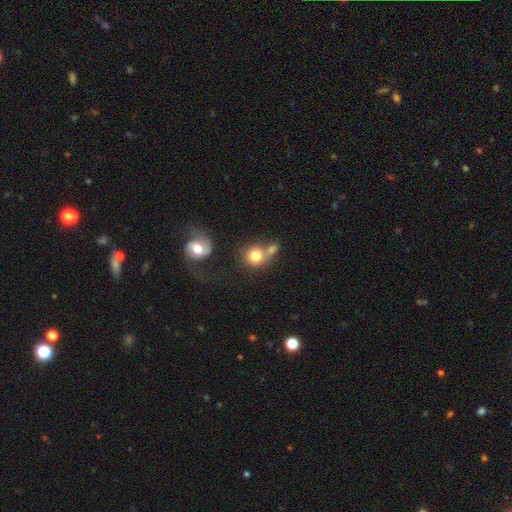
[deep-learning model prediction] Morphology: type=smooth (77%); roundness=round (84%); merging=merger (44%).